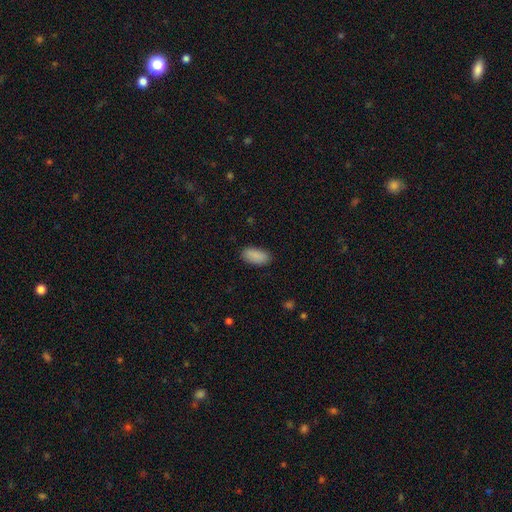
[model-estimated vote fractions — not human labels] smooth_or_featured: smooth (p=0.89) [alt: star or artifact p=0.07]
how_rounded: in between (p=0.92) [alt: cigar-shaped p=0.06]
merging: none (p=0.87) [alt: minor disturbance p=0.10]